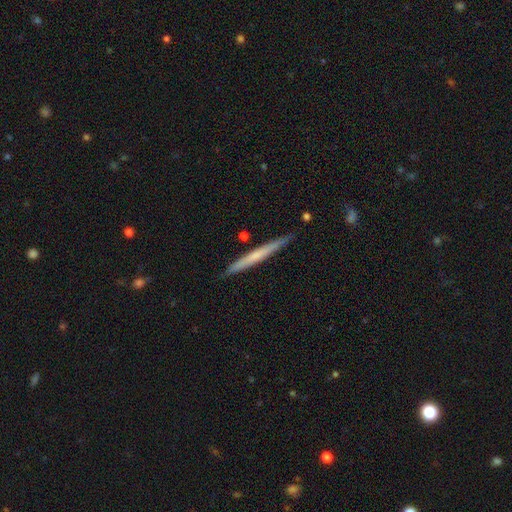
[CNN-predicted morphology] smooth 49%, featured or disk 45%, star or artifact 6%. Down the decision tree: merging — none (87%).